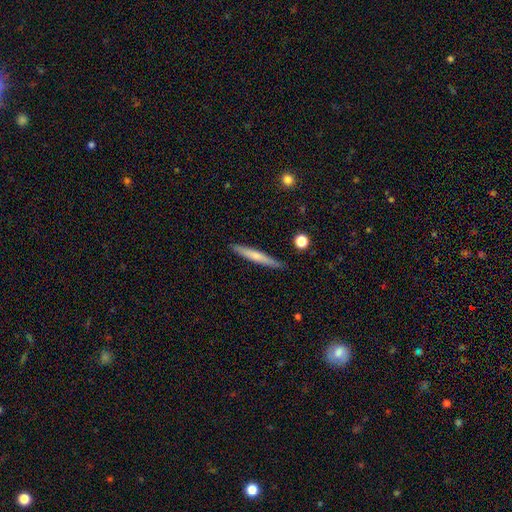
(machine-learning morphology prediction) type=smooth (60%); roundness=cigar-shaped (95%); merging=none (88%).